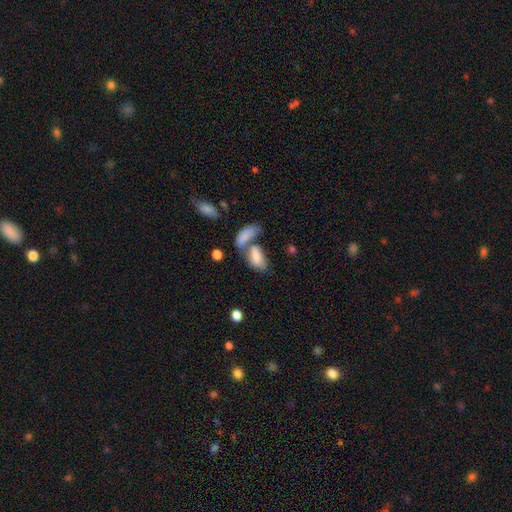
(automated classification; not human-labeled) Morphology: type=smooth (75%); roundness=in between (89%); merging=merger (53%).